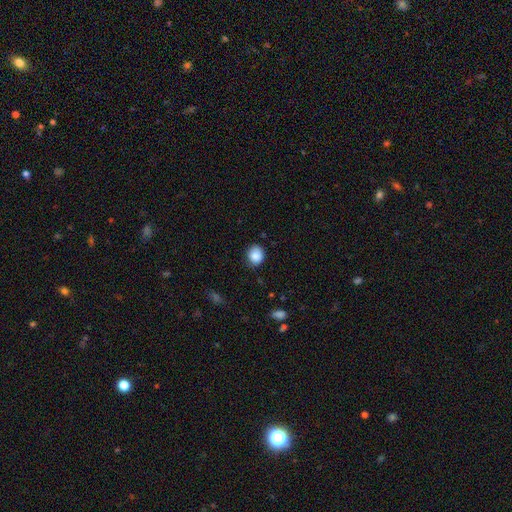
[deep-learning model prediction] smooth-or-featured: smooth: 86% | star or artifact: 9% | featured or disk: 5%
  how-rounded: round: 68% | in between: 31% | cigar-shaped: 1%
  merging: none: 75% | minor disturbance: 19% | major disturbance: 4% | merger: 2%